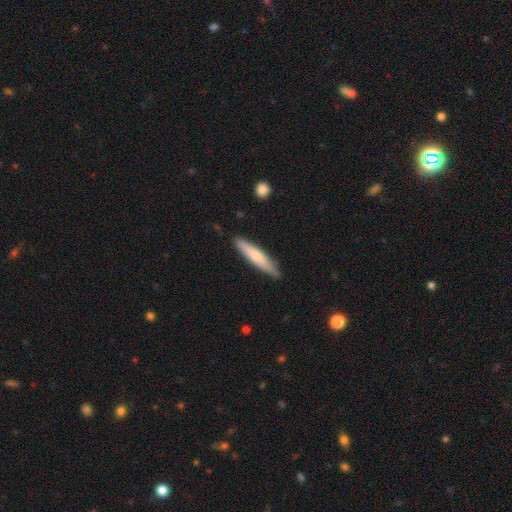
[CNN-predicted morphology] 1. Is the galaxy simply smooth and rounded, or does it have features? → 64% smooth, 31% featured or disk, 5% star or artifact.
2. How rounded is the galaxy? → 88% cigar-shaped, 11% in between, 1% round.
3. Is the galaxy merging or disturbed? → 85% none, 12% minor disturbance, 2% major disturbance, 1% merger.